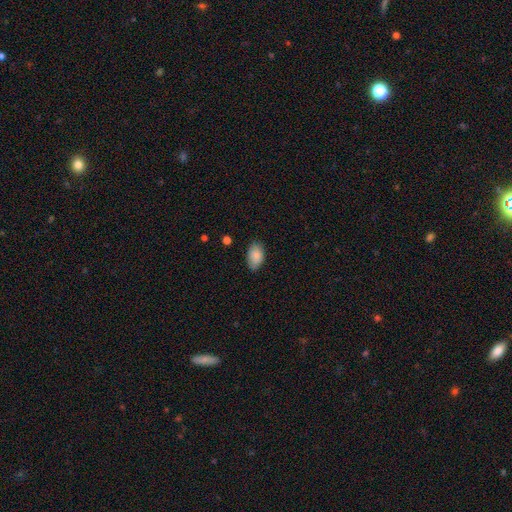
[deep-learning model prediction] Smooth or featured? smooth (86%)
How rounded? in between (92%)
Merging? none (78%)